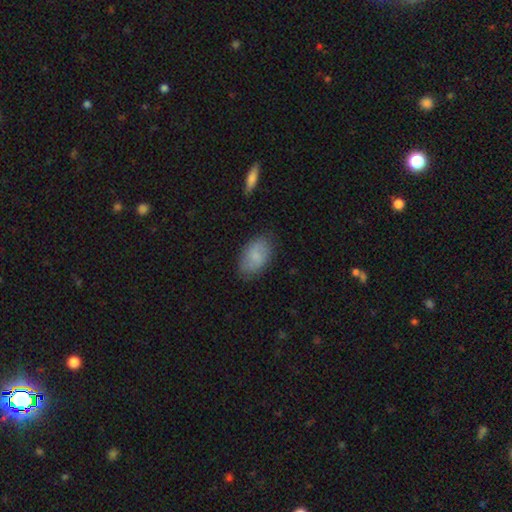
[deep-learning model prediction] A smooth galaxy with no disk features (80%) that is in between round and cigar-shaped (91%). Merging: none (79%).